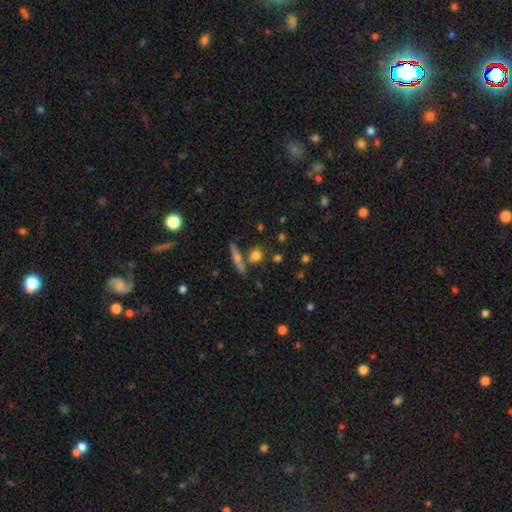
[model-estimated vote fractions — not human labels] Q: Smooth or featured?
A: smooth (72%); runner-up: featured or disk (16%)
Q: How rounded?
A: round (66%); runner-up: in between (23%)
Q: Merging?
A: none (68%); runner-up: merger (17%)